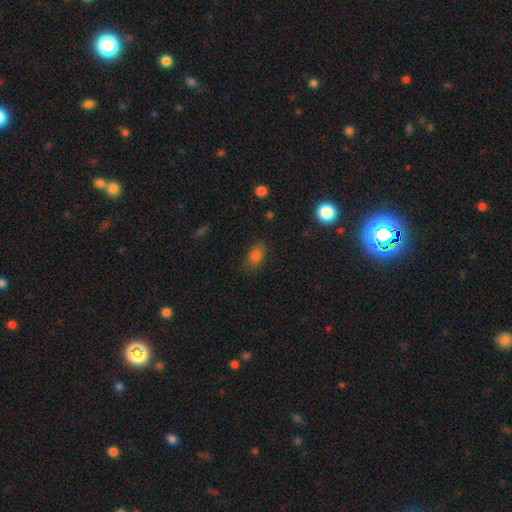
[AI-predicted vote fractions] Smooth or featured: smooth — 80% (star or artifact — 13%)
How rounded: in between — 86% (round — 12%)
Merging: none — 80% (minor disturbance — 15%)